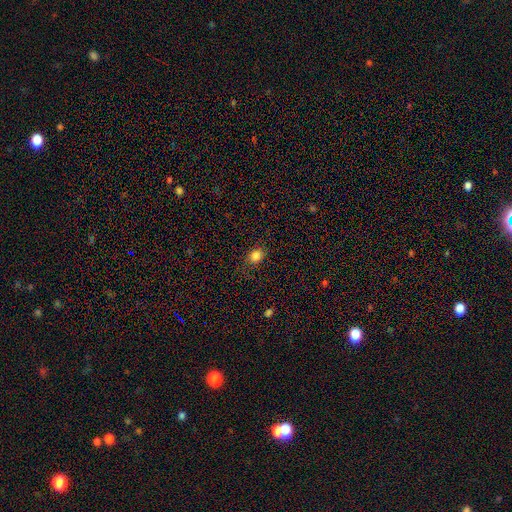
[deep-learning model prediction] Smooth or featured: smooth — 83% (star or artifact — 11%)
How rounded: in between — 51% (round — 47%)
Merging: none — 82% (minor disturbance — 13%)